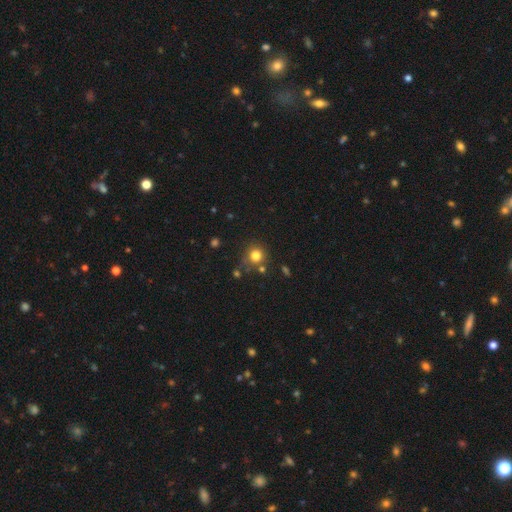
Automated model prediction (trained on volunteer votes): A smooth galaxy with no disk features (79%) that is round (91%). Merging: none (75%).